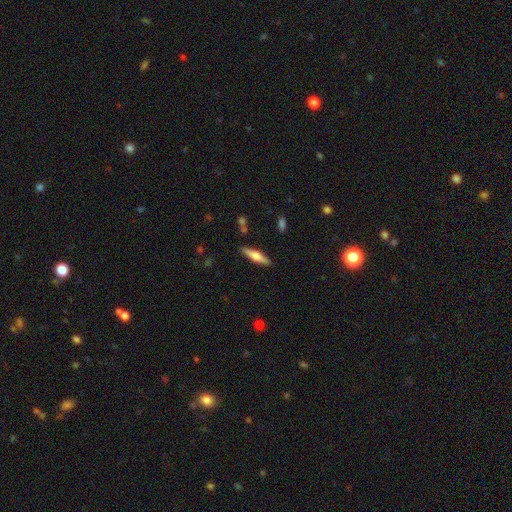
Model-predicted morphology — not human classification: Smooth or featured?
  - smooth: 48% *
  - featured or disk: 45%
  - star or artifact: 6%
Merging?
  - none: 87% *
  - minor disturbance: 9%
  - merger: 2%
  - major disturbance: 2%